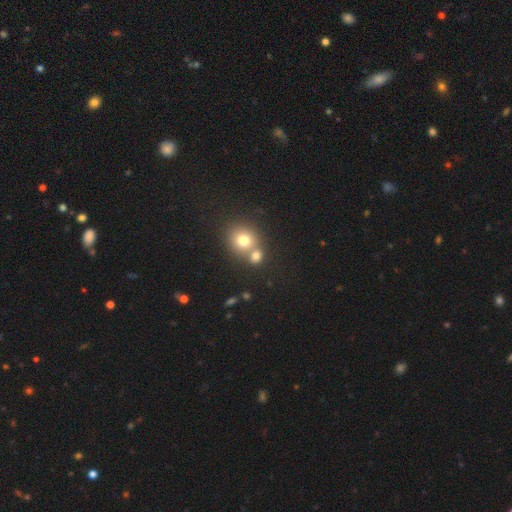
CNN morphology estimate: smooth 73%, star or artifact 15%, featured or disk 12%. Down the decision tree: how rounded — round (75%); merging — merger (45%).